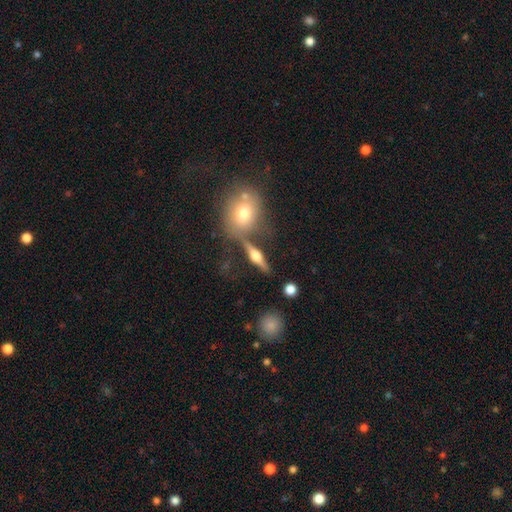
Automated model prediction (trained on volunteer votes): Smooth or featured? Predicted: featured or disk (p=0.70). Edge-on disk? Predicted: yes (p=0.94). Edge-on bulge? Predicted: rounded (p=0.96). Merging? Predicted: none (p=0.75).